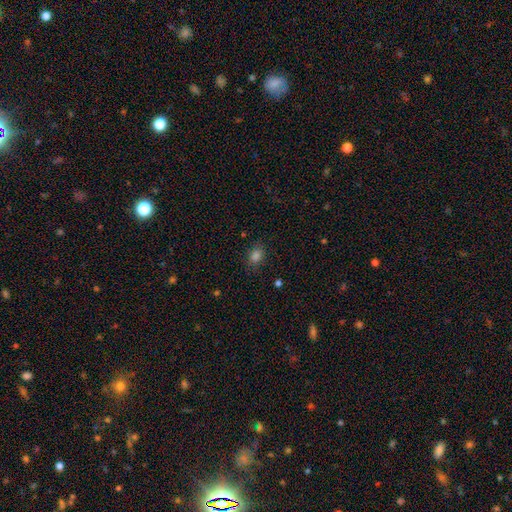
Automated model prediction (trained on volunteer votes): A smooth galaxy with no disk features (80%) that is in between round and cigar-shaped (52%). Merging: none (83%).